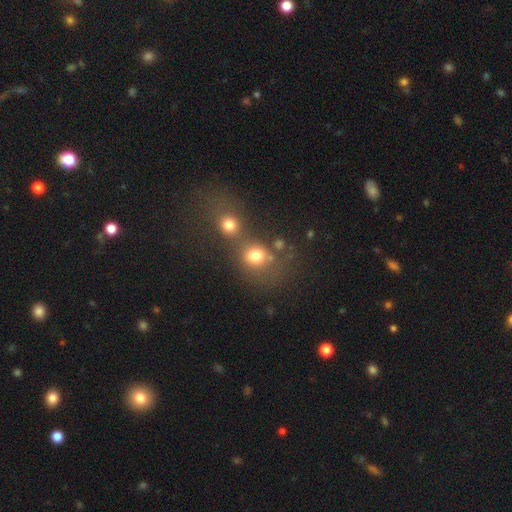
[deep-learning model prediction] Smooth or featured?
  - smooth: 75% *
  - star or artifact: 16%
  - featured or disk: 10%
How rounded?
  - round: 70% *
  - in between: 29%
  - cigar-shaped: 1%
Merging?
  - merger: 49% *
  - none: 36%
  - minor disturbance: 9%
  - major disturbance: 6%